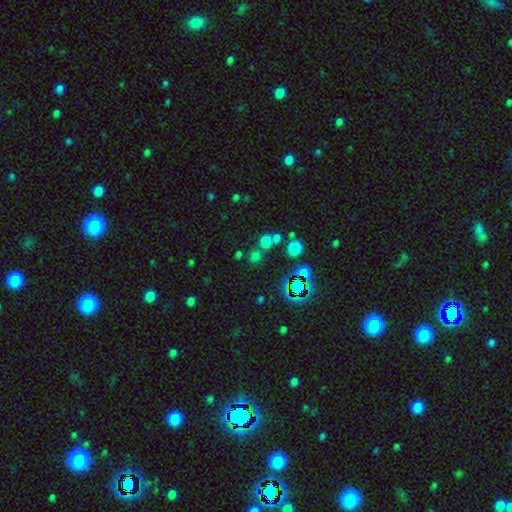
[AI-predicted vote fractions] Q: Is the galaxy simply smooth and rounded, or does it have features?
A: smooth — 59%.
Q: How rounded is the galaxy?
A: round — 85%.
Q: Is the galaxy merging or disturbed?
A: none — 70%.